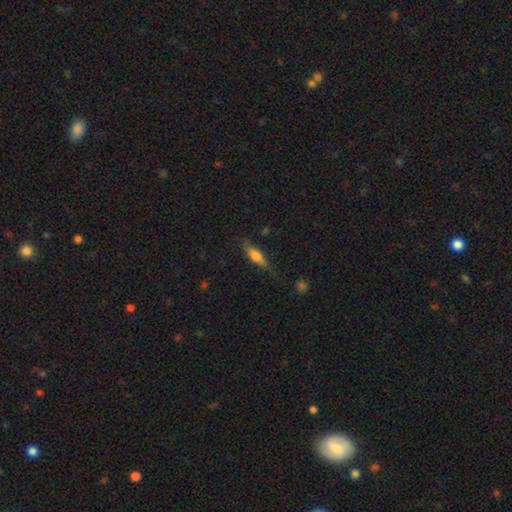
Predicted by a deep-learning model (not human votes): Q: Smooth or featured?
A: smooth (61%); runner-up: featured or disk (32%)
Q: How rounded?
A: cigar-shaped (58%); runner-up: in between (39%)
Q: Merging?
A: none (74%); runner-up: minor disturbance (19%)